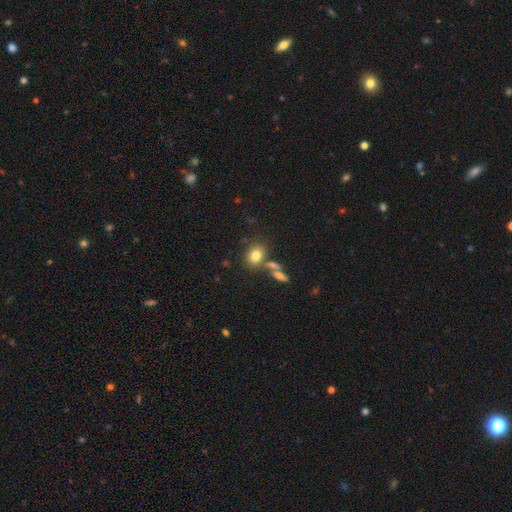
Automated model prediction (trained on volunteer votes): This appears to be a smooth galaxy with no disk features (79%) that is in between round and cigar-shaped (62%). Merging: none (64%).